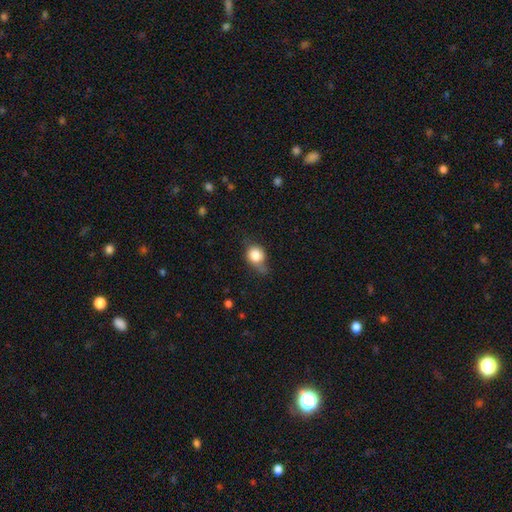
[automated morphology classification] Overall: smooth (77%). How rounded: round (66%; in between 32%). Merging: none (39%; minor disturbance 38%).